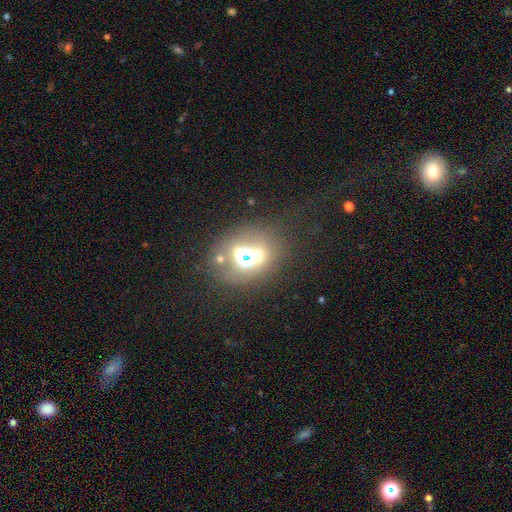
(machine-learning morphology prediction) Q: Smooth or featured?
A: star or artifact (41%); runner-up: smooth (39%)